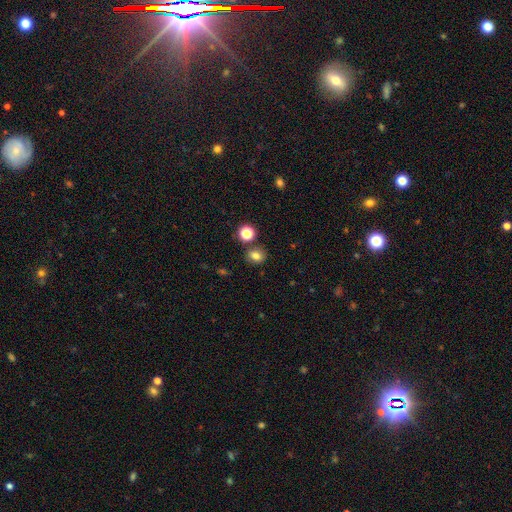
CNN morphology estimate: Q: Smooth or featured?
A: smooth (78%); runner-up: star or artifact (15%)
Q: How rounded?
A: round (59%); runner-up: in between (40%)
Q: Merging?
A: none (79%); runner-up: minor disturbance (10%)